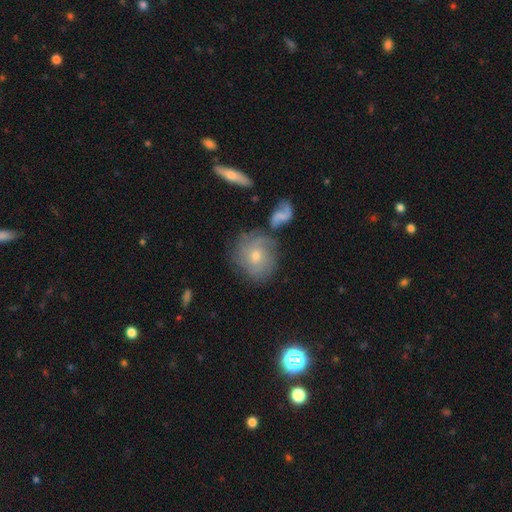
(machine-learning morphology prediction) A featured or disk galaxy (61%) with no bar (72%), spiral arms (81%) and a moderate central bulge (51%). Merging: none (67%).